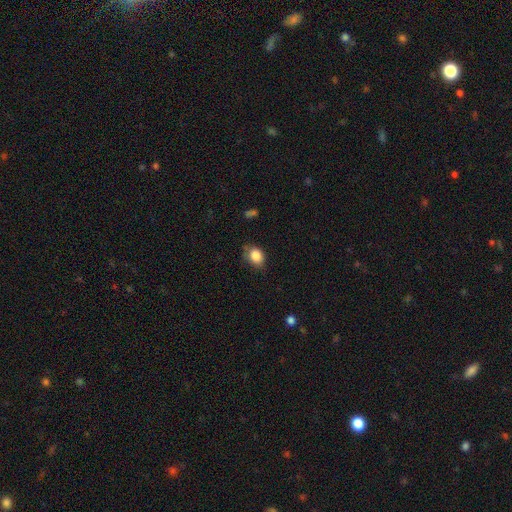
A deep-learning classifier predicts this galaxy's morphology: A smooth galaxy with no disk features (85%) that is in between round and cigar-shaped (63%). Merging: none (65%).